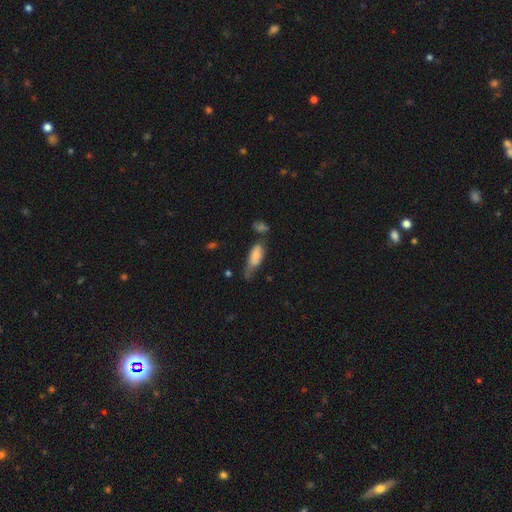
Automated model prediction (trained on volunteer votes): A smooth galaxy with no disk features (71%) that is in between round and cigar-shaped (77%).

Vote fractions:
- Smooth or featured? smooth: 71% / featured or disk: 21% / star or artifact: 8%
- How rounded? in between: 77% / cigar-shaped: 20% / round: 3%
- Merging? minor disturbance: 33% / none: 27% / major disturbance: 25% / merger: 15%